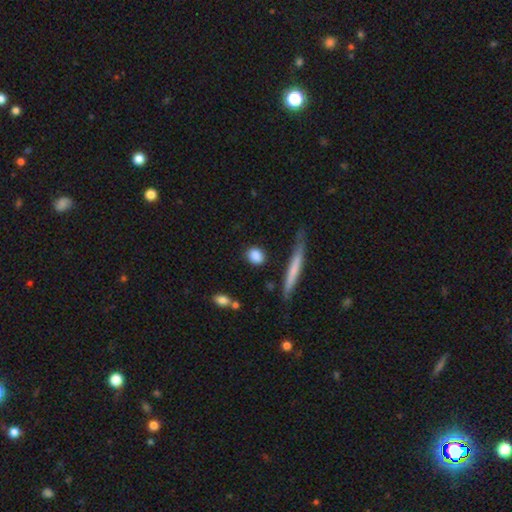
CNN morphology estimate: A smooth galaxy with no disk features (85%) that is round (55%).

Vote fractions:
- Smooth or featured? smooth: 85% / featured or disk: 8% / star or artifact: 7%
- How rounded? round: 55% / in between: 34% / cigar-shaped: 11%
- Merging? none: 79% / minor disturbance: 13% / major disturbance: 4% / merger: 4%